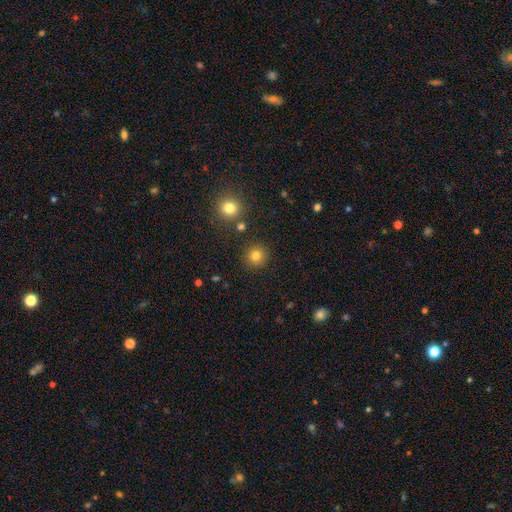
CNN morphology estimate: A smooth galaxy with no disk features (81%) that is round (94%).

Vote fractions:
- Smooth or featured? smooth: 81% / star or artifact: 14% / featured or disk: 5%
- How rounded? round: 94% / in between: 5% / cigar-shaped: 1%
- Merging? none: 88% / minor disturbance: 6% / merger: 3% / major disturbance: 2%